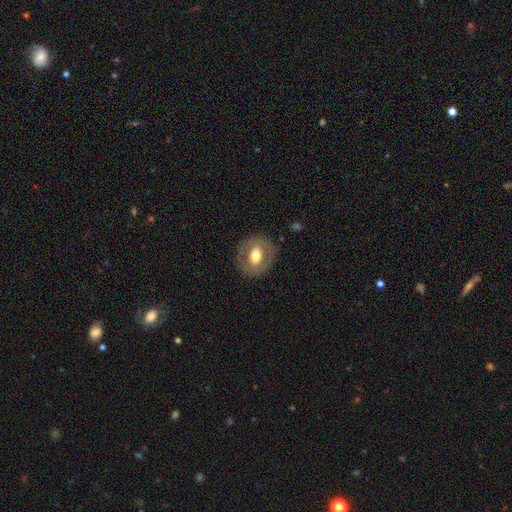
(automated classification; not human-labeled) The model was most divided on "smooth or featured": smooth: 52%, featured or disk: 40%, star or artifact: 7%. More confident: merging — none (83%); how rounded — round (60%).